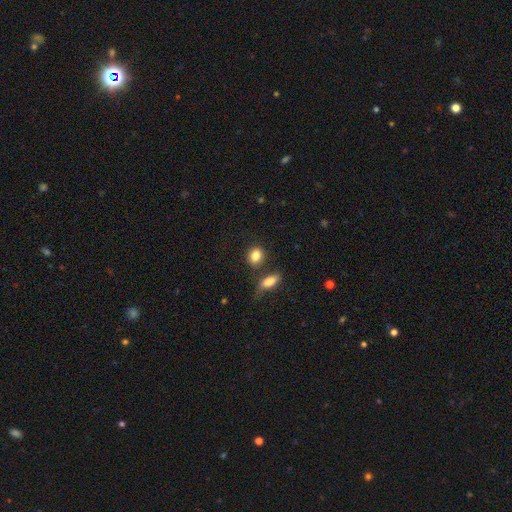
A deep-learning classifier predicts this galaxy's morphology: smooth-or-featured: smooth: 85% | star or artifact: 9% | featured or disk: 7%
  how-rounded: round: 62% | in between: 36% | cigar-shaped: 2%
  merging: none: 73% | merger: 11% | minor disturbance: 11% | major disturbance: 4%